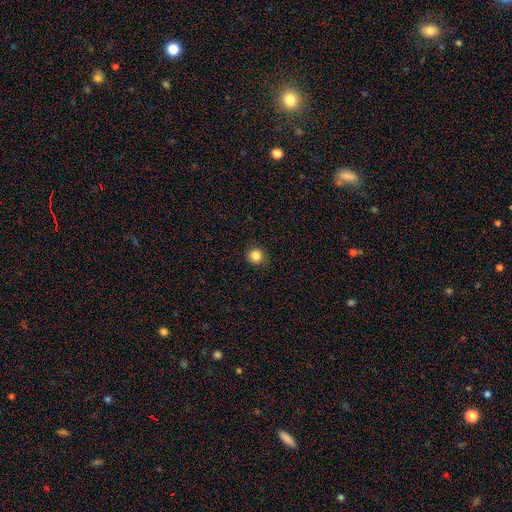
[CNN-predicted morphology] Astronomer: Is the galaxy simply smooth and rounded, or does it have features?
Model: smooth — 85%.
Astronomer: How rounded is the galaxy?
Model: round — 92%.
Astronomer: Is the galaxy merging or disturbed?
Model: none — 89%.